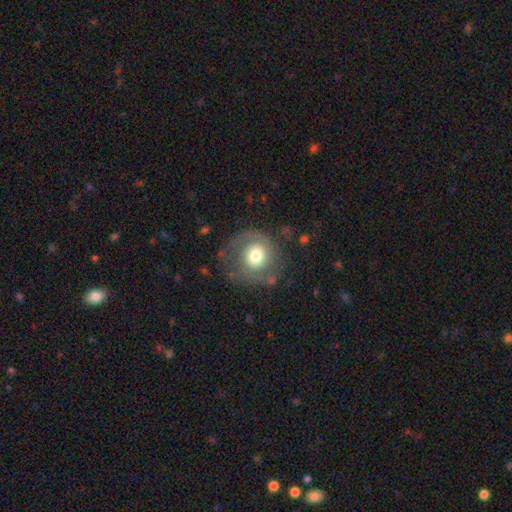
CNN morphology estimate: A featured or disk galaxy (52%) with no bar (79%), spiral arms (63%) and a moderate central bulge (58%).

Vote fractions:
- Smooth or featured? featured or disk: 52% / smooth: 40% / star or artifact: 8%
- Edge-on disk? no: 97% / yes: 3%
- Bar? no: 79% / weak: 17% / strong: 4%
- Spiral arms? yes: 63% / no: 37%
- Bulge size? moderate: 58% / large: 30% / small: 8% / dominant: 3% / none: 1%
- Merging? none: 68% / minor disturbance: 17% / major disturbance: 13% / merger: 2%